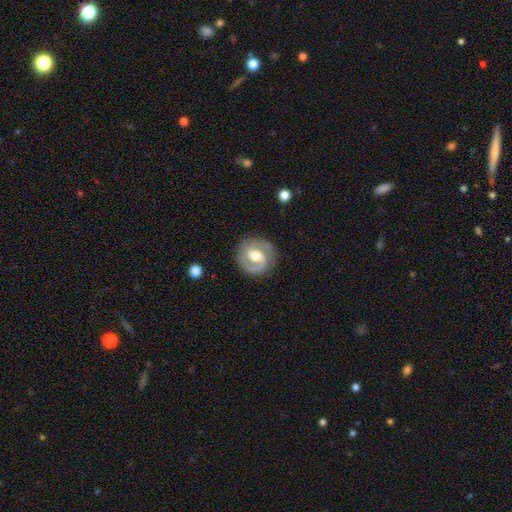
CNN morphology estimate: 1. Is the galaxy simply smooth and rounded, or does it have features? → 83% featured or disk, 12% smooth, 5% star or artifact.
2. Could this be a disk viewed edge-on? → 98% no, 2% yes.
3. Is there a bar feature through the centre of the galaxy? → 50% weak, 29% no, 21% strong.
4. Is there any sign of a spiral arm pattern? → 93% yes, 7% no.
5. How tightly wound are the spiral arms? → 46% medium, 43% tight, 11% loose.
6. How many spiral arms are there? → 86% 2, 7% 1, 4% can't tell, 1% 3, 1% 4, 1% more than 4.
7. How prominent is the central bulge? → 67% moderate, 18% large, 12% small, 2% none, 1% dominant.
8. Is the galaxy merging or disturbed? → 85% none, 10% minor disturbance, 4% major disturbance, 1% merger.